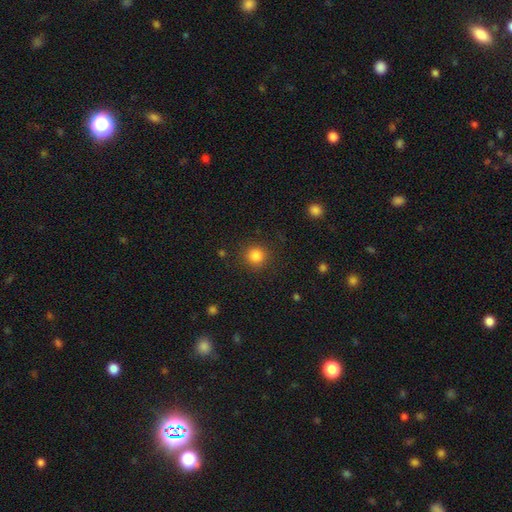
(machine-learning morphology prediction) smooth 84%, star or artifact 12%, featured or disk 4%. Down the decision tree: how rounded — round (93%); merging — none (88%).